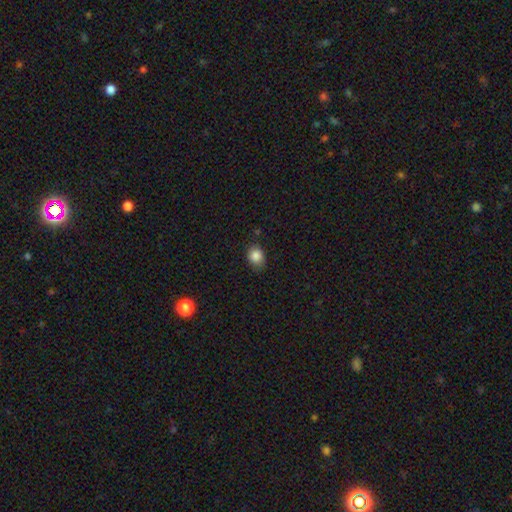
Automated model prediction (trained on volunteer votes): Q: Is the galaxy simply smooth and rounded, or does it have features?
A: smooth — 86%.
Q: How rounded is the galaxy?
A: round — 50%.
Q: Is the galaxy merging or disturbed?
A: none — 74%.